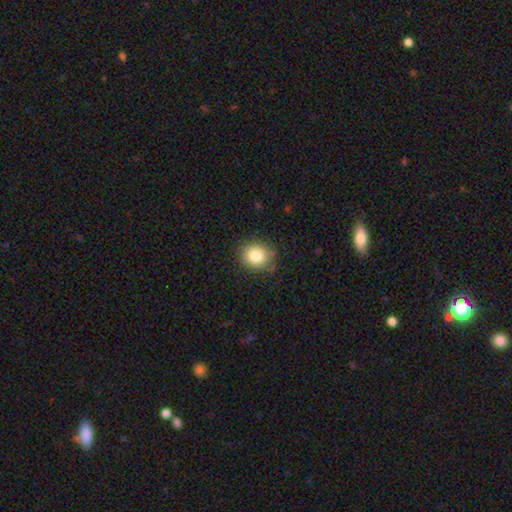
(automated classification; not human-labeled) smooth-or-featured: smooth: 82% | star or artifact: 10% | featured or disk: 8%
  how-rounded: round: 82% | in between: 17% | cigar-shaped: 1%
  merging: none: 86% | minor disturbance: 10% | major disturbance: 3% | merger: 1%